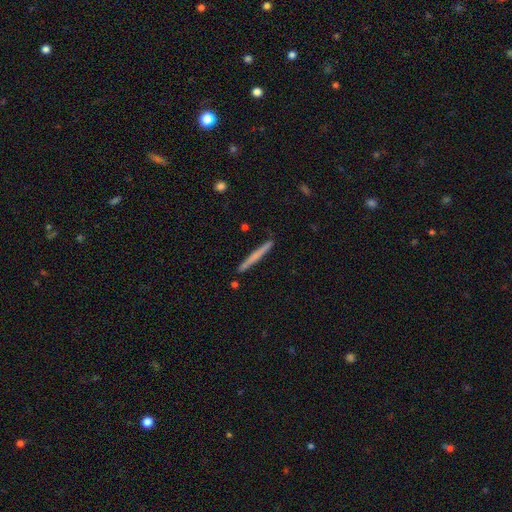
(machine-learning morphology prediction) Overall: smooth (56%; featured or disk 38%). How rounded: cigar-shaped (97%). Merging: none (91%).